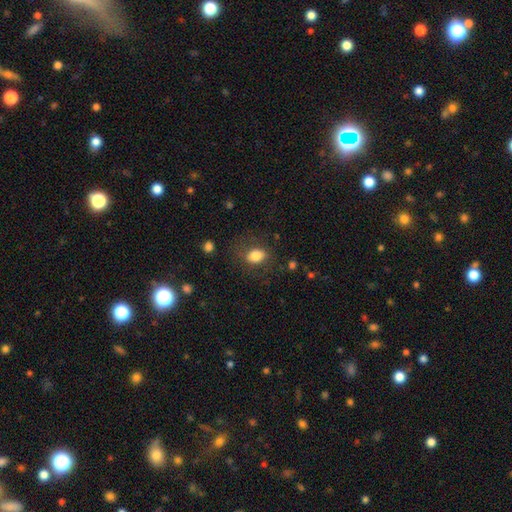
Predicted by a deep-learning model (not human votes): Smooth or featured? Predicted: smooth (p=0.82). How rounded? Predicted: in between (p=0.73). Merging? Predicted: none (p=0.71).